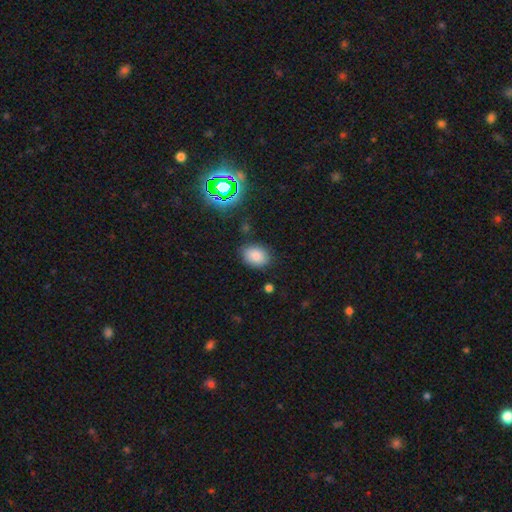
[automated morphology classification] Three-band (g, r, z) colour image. It shows a smooth galaxy with no disk features (82%) that is in between round and cigar-shaped (69%). Merging: none (81%).